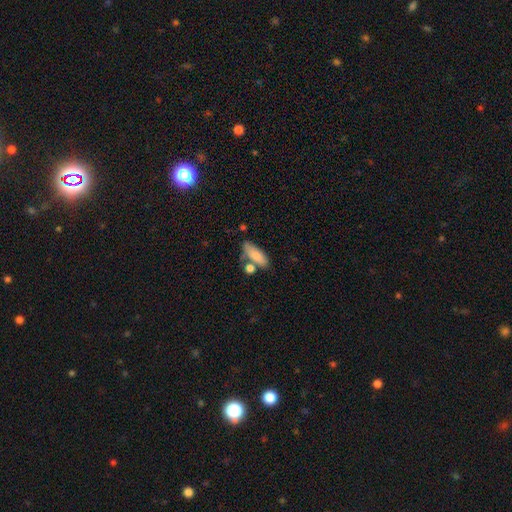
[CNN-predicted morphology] Smooth or featured: smooth — 82% (featured or disk — 11%)
How rounded: in between — 71% (cigar-shaped — 25%)
Merging: none — 53% (merger — 22%)